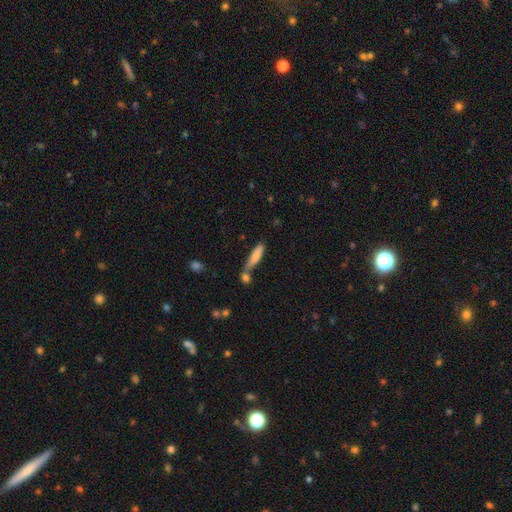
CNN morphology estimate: smooth-or-featured: smooth: 73% | featured or disk: 21% | star or artifact: 7%
  how-rounded: cigar-shaped: 78% | in between: 21% | round: 2%
  merging: none: 54% | merger: 27% | minor disturbance: 15% | major disturbance: 5%